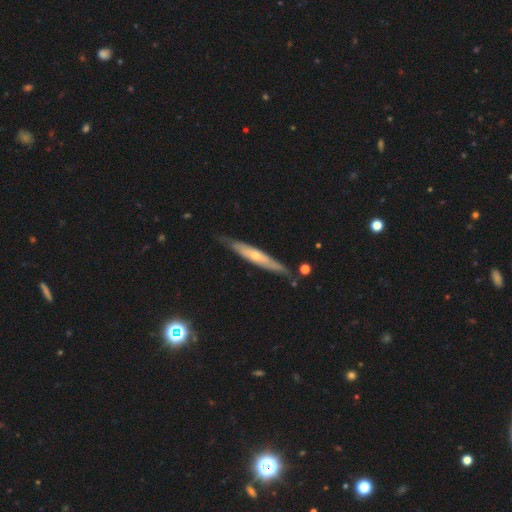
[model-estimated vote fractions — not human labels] featured or disk 58%, smooth 37%, star or artifact 5%. Down the decision tree: edge-on disk — yes (80%); merging — none (77%).